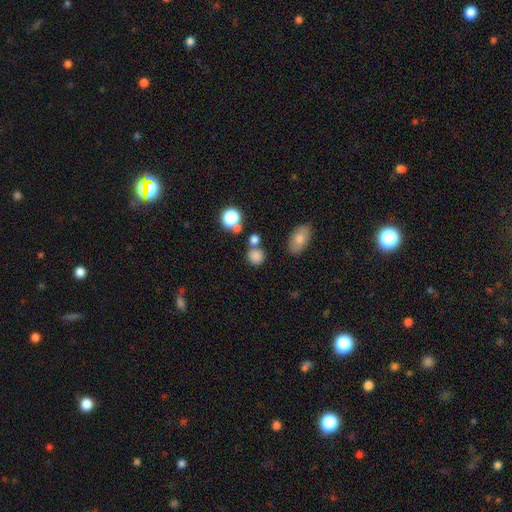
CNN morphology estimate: smooth 81%, star or artifact 13%, featured or disk 6%. Down the decision tree: how rounded — round (83%); merging — none (66%).